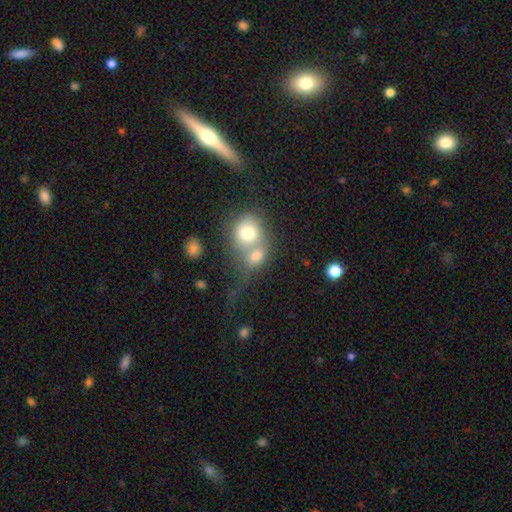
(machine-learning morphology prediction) A smooth galaxy with no disk features (72%) that is round (51%). Merging: merger (67%).